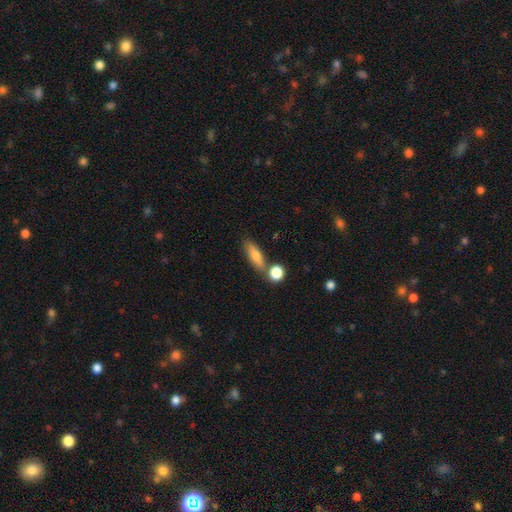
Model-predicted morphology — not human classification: Smooth or featured? smooth (76%)
How rounded? in between (55%)
Merging? none (64%)